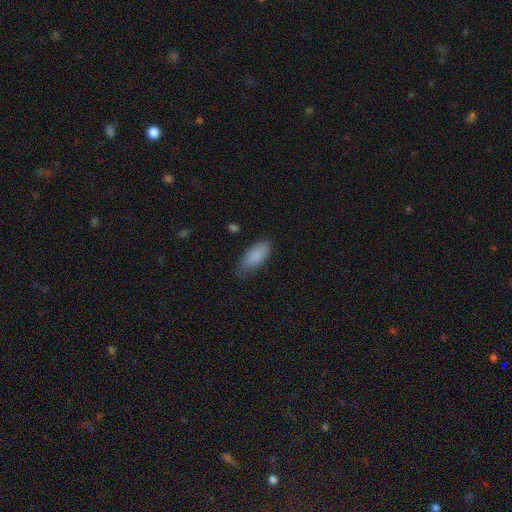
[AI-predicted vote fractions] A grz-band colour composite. It shows a smooth galaxy with no disk features (88%) that is in between round and cigar-shaped (85%). Merging: none (75%).